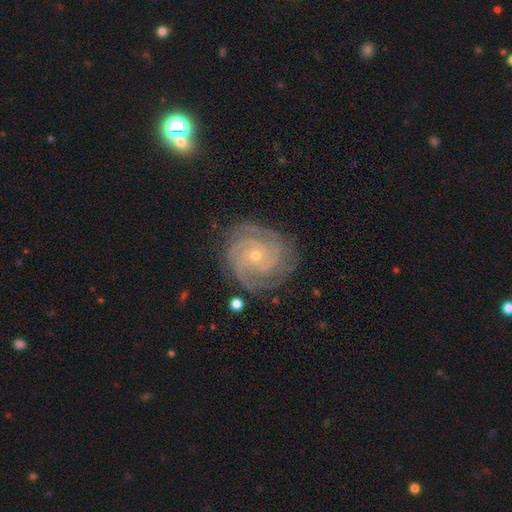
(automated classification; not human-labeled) A featured or disk galaxy (90%) with no bar (73%), 3 (31%) tight (77%) spiral arms (98%) and a small central bulge (78%). Merging: none (82%).